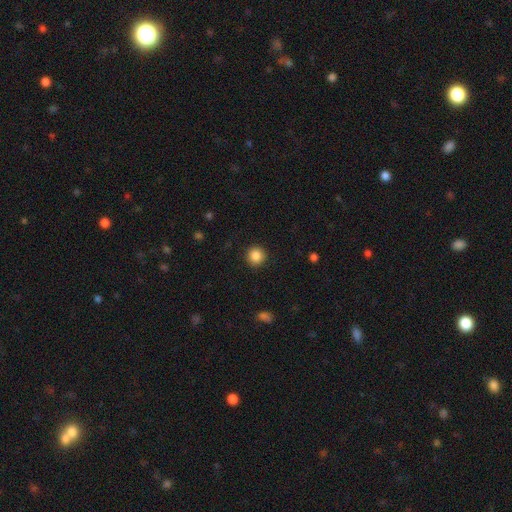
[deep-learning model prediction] A smooth galaxy with no disk features (86%) that is round (94%).

Vote fractions:
- Smooth or featured? smooth: 86% / star or artifact: 10% / featured or disk: 4%
- How rounded? round: 94% / in between: 5% / cigar-shaped: 1%
- Merging? none: 92% / minor disturbance: 5% / major disturbance: 2% / merger: 1%